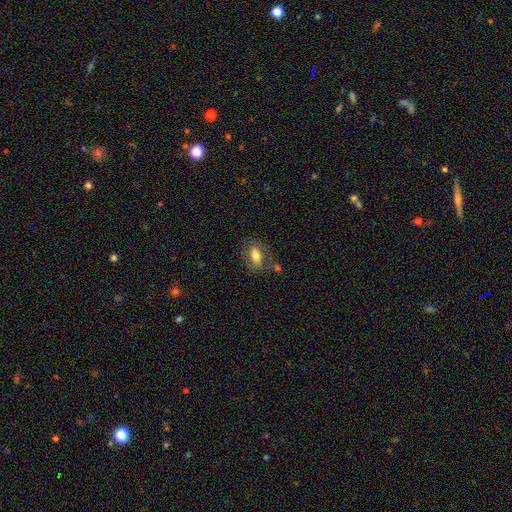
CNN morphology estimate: A smooth galaxy with no disk features (65%) that is in between round and cigar-shaped (83%).

Vote fractions:
- Smooth or featured? smooth: 65% / featured or disk: 27% / star or artifact: 8%
- How rounded? in between: 83% / round: 14% / cigar-shaped: 3%
- Merging? none: 62% / minor disturbance: 19% / major disturbance: 11% / merger: 8%